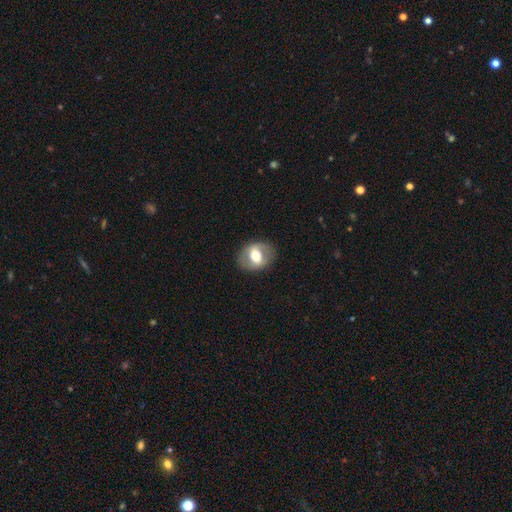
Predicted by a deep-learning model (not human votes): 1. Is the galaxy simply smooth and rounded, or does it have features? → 48% featured or disk, 45% smooth, 7% star or artifact.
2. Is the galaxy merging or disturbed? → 84% none, 10% minor disturbance, 4% major disturbance, 1% merger.